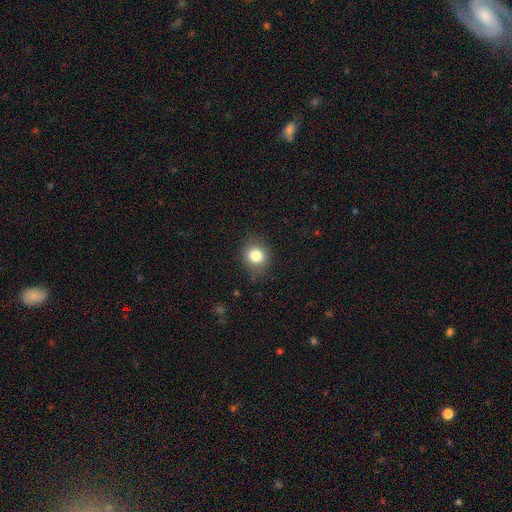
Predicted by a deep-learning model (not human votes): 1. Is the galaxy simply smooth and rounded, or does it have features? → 82% smooth, 10% star or artifact, 8% featured or disk.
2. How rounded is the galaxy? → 71% round, 28% in between, 1% cigar-shaped.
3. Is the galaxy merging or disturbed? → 79% none, 15% minor disturbance, 4% major disturbance, 1% merger.